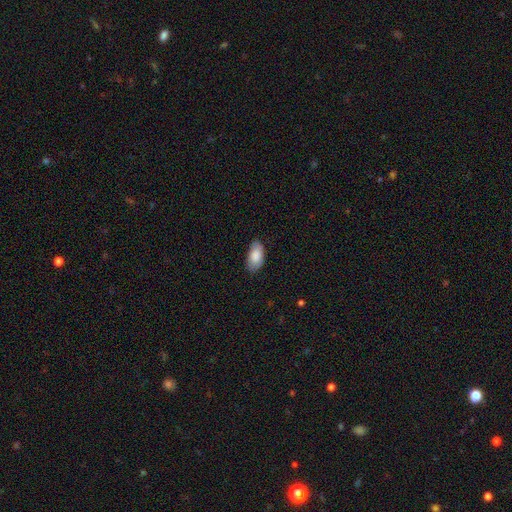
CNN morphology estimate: Smooth or featured: smooth — 84% (featured or disk — 10%)
How rounded: in between — 95% (round — 3%)
Merging: none — 76% (minor disturbance — 20%)